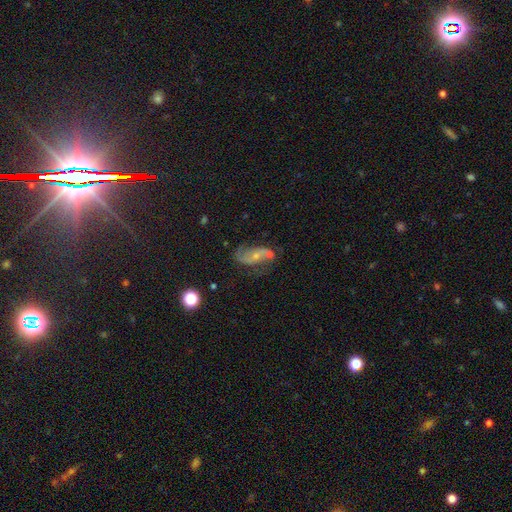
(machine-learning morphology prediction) Smooth or featured?
  - featured or disk: 74% *
  - smooth: 17%
  - star or artifact: 9%
Edge-on disk?
  - no: 95% *
  - yes: 5%
Bar?
  - no: 56% *
  - weak: 32%
  - strong: 12%
Spiral arms?
  - yes: 88% *
  - no: 12%
Spiral winding?
  - loose: 52% *
  - medium: 35%
  - tight: 13%
Spiral arm count?
  - 2: 84% *
  - can't tell: 7%
  - 1: 4%
  - 3: 2%
  - 4: 1%
  - more than 4: 1%
Bulge size?
  - small: 61% *
  - moderate: 32%
  - none: 4%
  - large: 2%
  - dominant: 1%
Merging?
  - none: 49% *
  - minor disturbance: 23%
  - major disturbance: 17%
  - merger: 11%